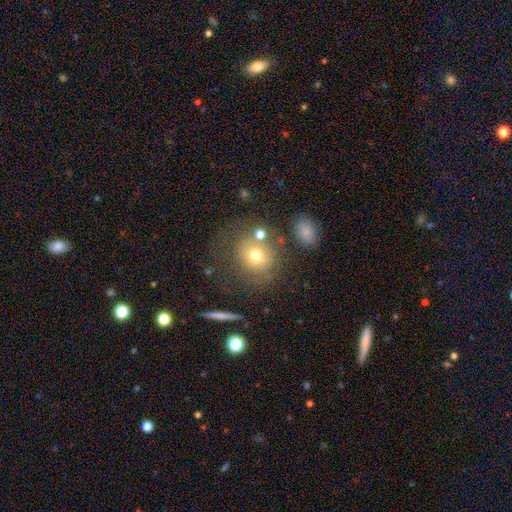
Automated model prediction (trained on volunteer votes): A smooth galaxy with no disk features (65%) that is round (79%). Merging: none (59%).